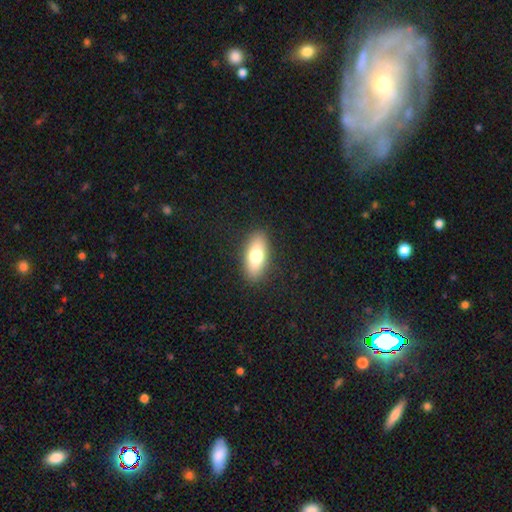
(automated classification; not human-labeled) The model was most divided on "smooth or featured": smooth: 76%, featured or disk: 17%, star or artifact: 7%. More confident: merging — none (89%); how rounded — in between (82%).